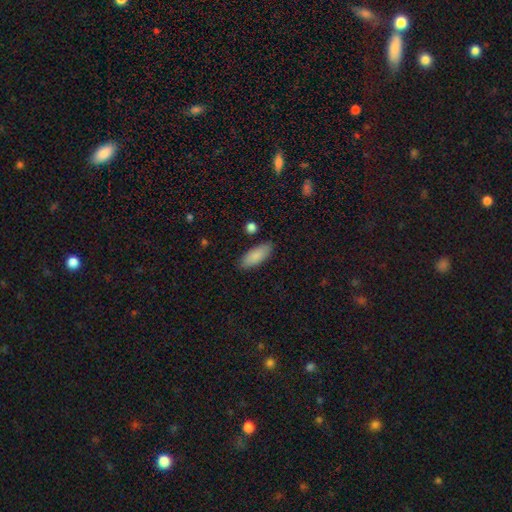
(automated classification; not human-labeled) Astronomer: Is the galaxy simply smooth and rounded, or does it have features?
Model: smooth — 87%.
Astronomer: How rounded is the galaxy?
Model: in between — 78%.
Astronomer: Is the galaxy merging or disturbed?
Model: none — 84%.